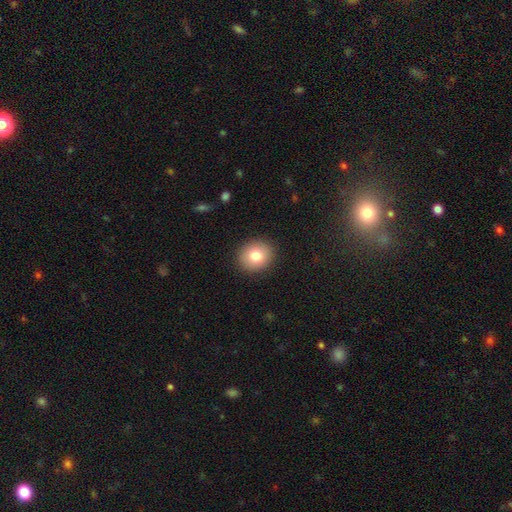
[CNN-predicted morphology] Q: Smooth or featured?
A: smooth (78%); runner-up: featured or disk (12%)
Q: How rounded?
A: round (80%); runner-up: in between (19%)
Q: Merging?
A: none (91%); runner-up: minor disturbance (6%)